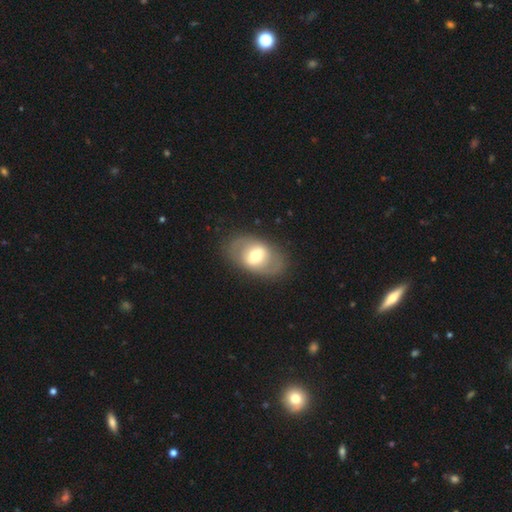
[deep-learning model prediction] smooth-or-featured: featured or disk: 50% | smooth: 44% | star or artifact: 7%
  merging: none: 81% | minor disturbance: 12% | major disturbance: 6% | merger: 1%